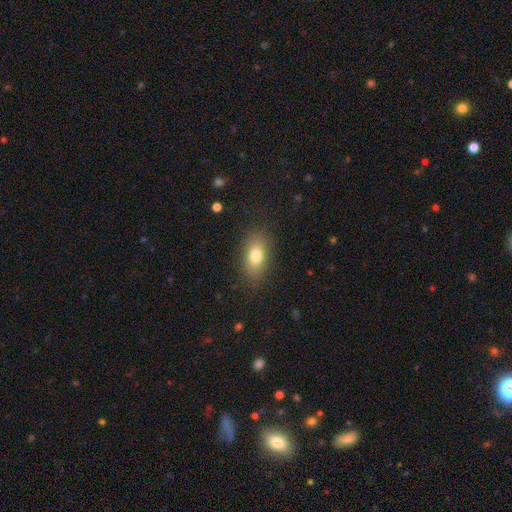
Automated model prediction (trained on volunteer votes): A smooth galaxy with no disk features (78%) that is in between round and cigar-shaped (85%). Merging: none (84%).